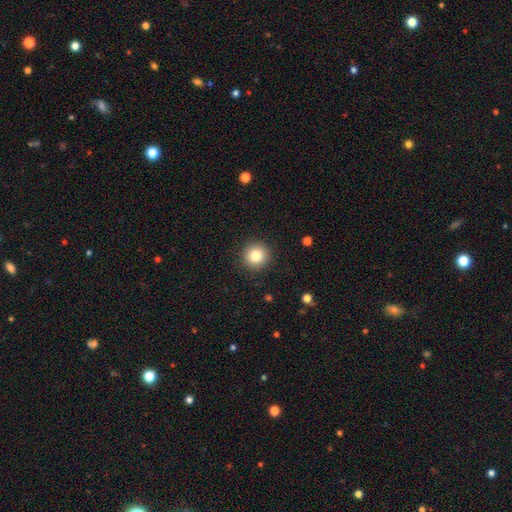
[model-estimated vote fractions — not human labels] smooth_or_featured: smooth (p=0.82) [alt: star or artifact p=0.11]
how_rounded: round (p=0.95) [alt: in between p=0.04]
merging: none (p=0.91) [alt: minor disturbance p=0.06]